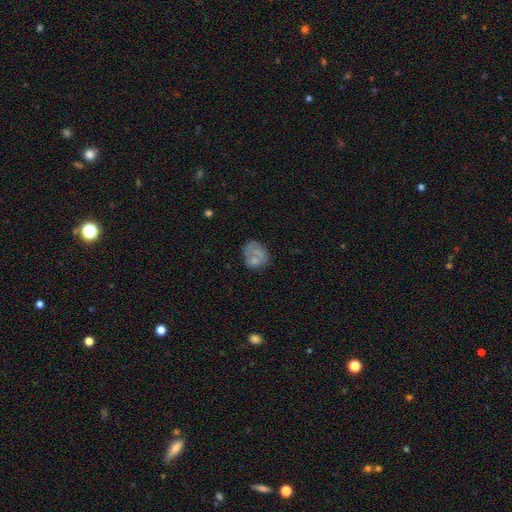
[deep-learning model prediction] Overall: smooth (56%; featured or disk 33%). How rounded: round (58%; in between 41%). Merging: none (48%; minor disturbance 24%).